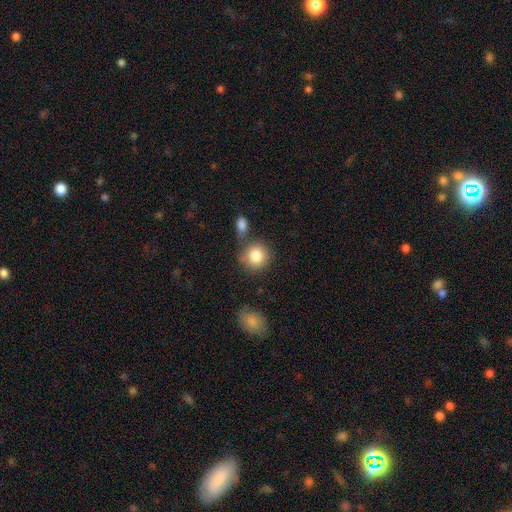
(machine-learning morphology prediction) Smooth or featured?
  - smooth: 85% *
  - featured or disk: 8%
  - star or artifact: 8%
How rounded?
  - round: 87% *
  - in between: 12%
  - cigar-shaped: 1%
Merging?
  - none: 69% *
  - merger: 13%
  - minor disturbance: 13%
  - major disturbance: 4%